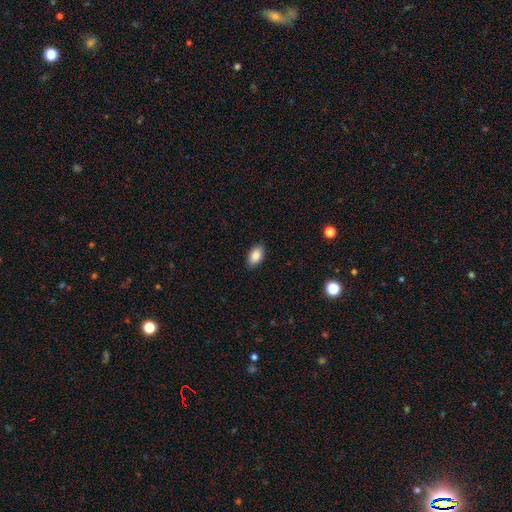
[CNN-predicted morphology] smooth-or-featured: smooth: 88% | star or artifact: 8% | featured or disk: 4%
  how-rounded: in between: 92% | round: 6% | cigar-shaped: 2%
  merging: none: 88% | minor disturbance: 9% | major disturbance: 2% | merger: 1%